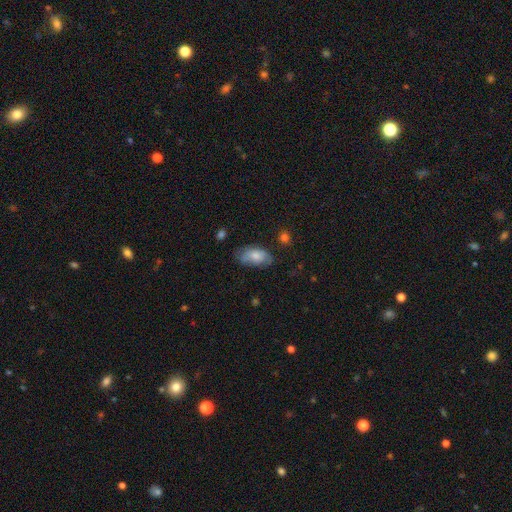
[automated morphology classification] Smooth or featured?
  - smooth: 69% *
  - featured or disk: 24%
  - star or artifact: 7%
How rounded?
  - in between: 92% *
  - round: 5%
  - cigar-shaped: 3%
Merging?
  - none: 57% *
  - minor disturbance: 31%
  - major disturbance: 10%
  - merger: 2%